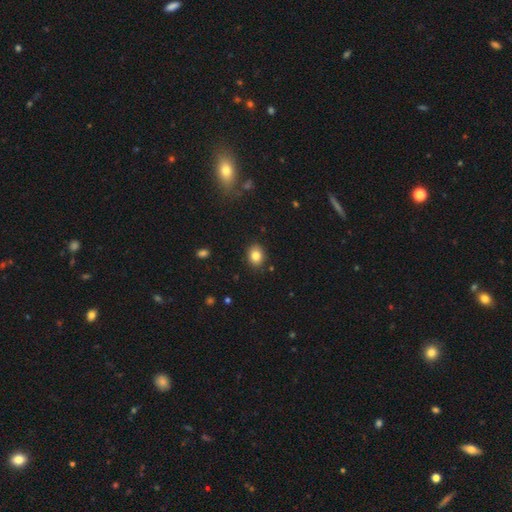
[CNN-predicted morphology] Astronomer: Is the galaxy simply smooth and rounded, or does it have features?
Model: smooth — 83%.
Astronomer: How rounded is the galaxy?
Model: round — 50% (runner-up: in between, 49%).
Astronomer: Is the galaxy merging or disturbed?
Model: none — 88%.